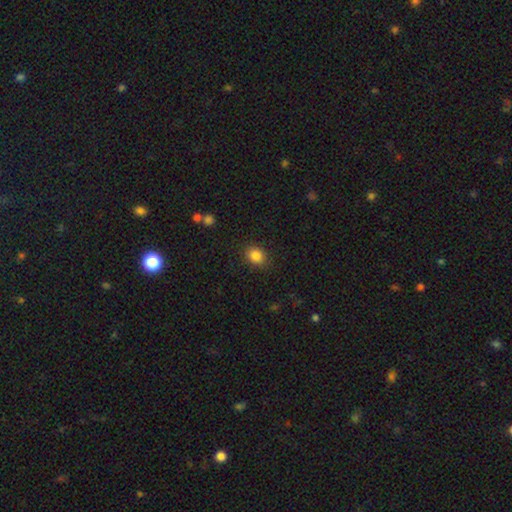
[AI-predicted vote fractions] smooth 85%, star or artifact 10%, featured or disk 5%. Down the decision tree: how rounded — round (51%); merging — none (86%).